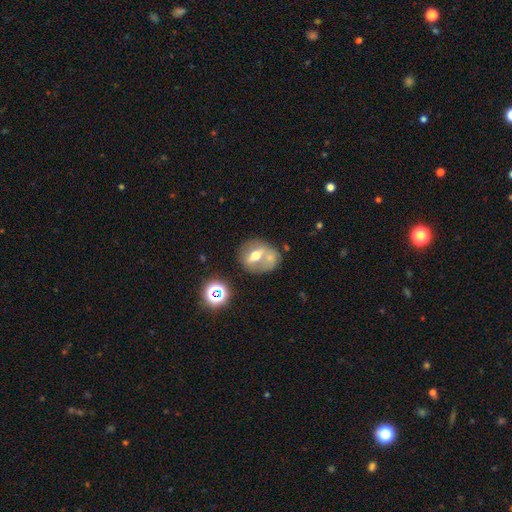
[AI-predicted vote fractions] smooth 45%, featured or disk 42%, star or artifact 13%. Down the decision tree: merging — merger (42%).